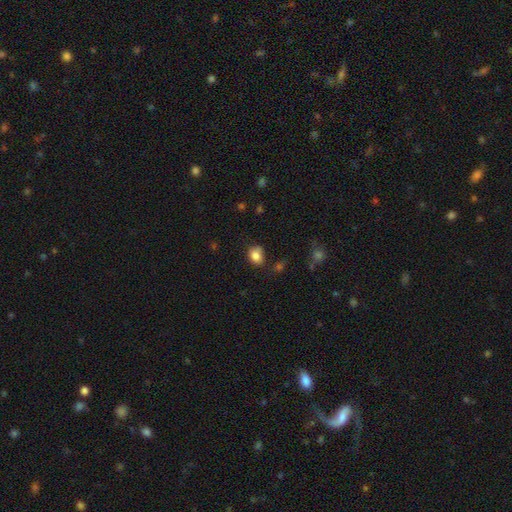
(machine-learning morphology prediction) Smooth or featured: smooth — 83% (star or artifact — 10%)
How rounded: round — 53% (in between — 46%)
Merging: none — 63% (minor disturbance — 25%)